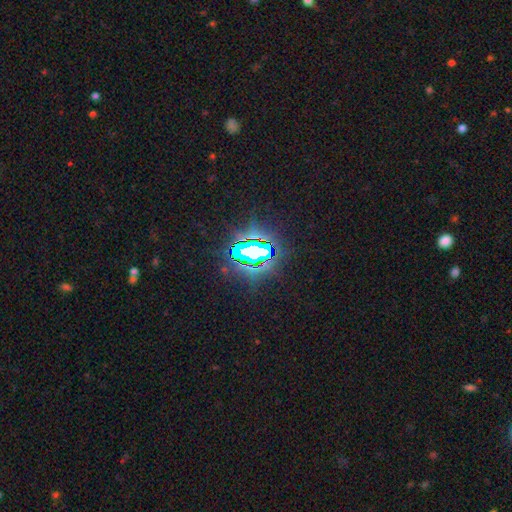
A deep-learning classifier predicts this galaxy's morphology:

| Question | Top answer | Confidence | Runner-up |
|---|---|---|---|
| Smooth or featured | star or artifact | 76% | smooth (12%) |